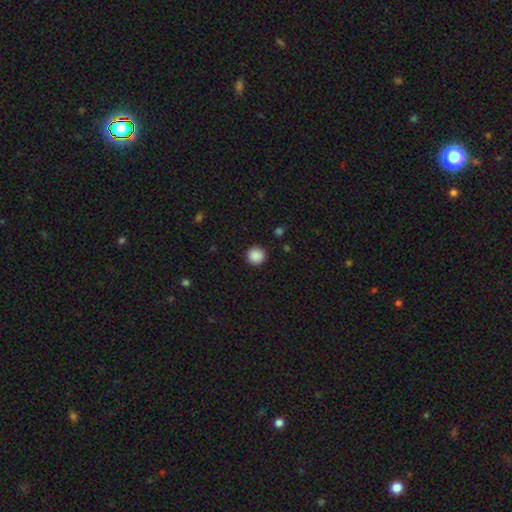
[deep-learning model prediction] This appears to be a smooth galaxy with no disk features (89%) that is round (94%). Merging: none (92%).